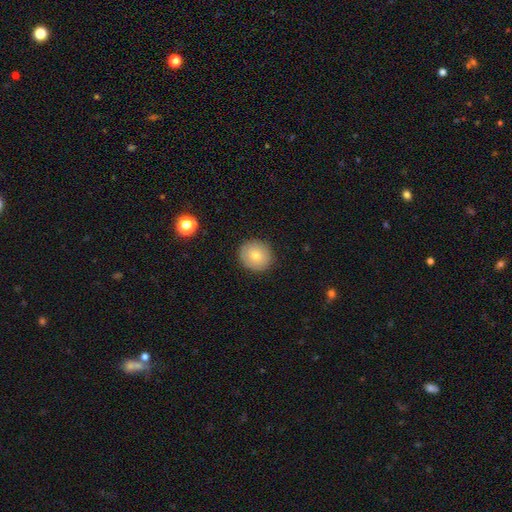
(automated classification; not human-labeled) Smooth or featured: smooth — 76% (featured or disk — 15%)
How rounded: round — 88% (in between — 11%)
Merging: none — 89% (minor disturbance — 8%)